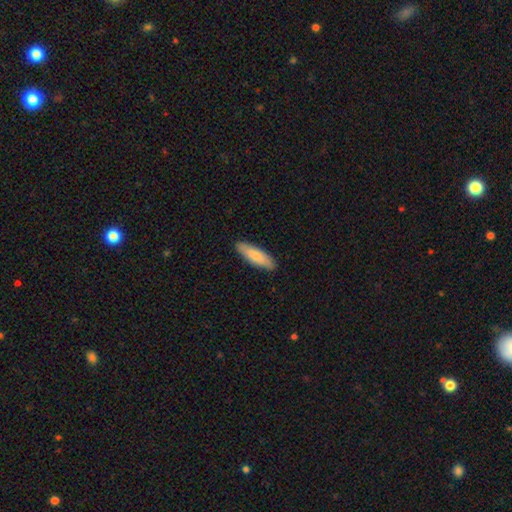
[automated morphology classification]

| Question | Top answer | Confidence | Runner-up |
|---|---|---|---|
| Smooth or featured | smooth | 80% | featured or disk (15%) |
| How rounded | cigar-shaped | 50% | in between (48%) |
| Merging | none | 88% | minor disturbance (9%) |